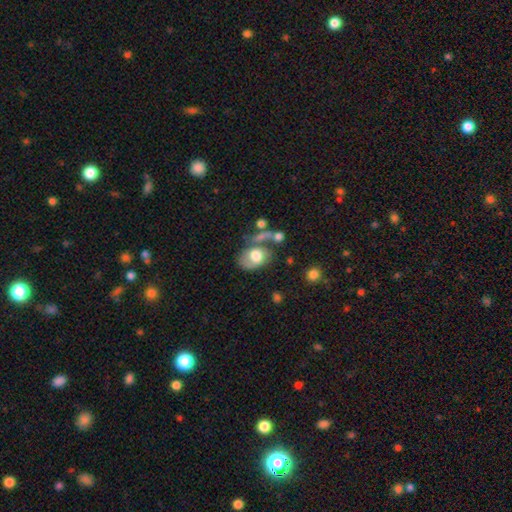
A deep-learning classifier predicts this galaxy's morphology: This is possibly a smooth galaxy (52%). How rounded: likely in between (76%). Merging: marginally none (38%).